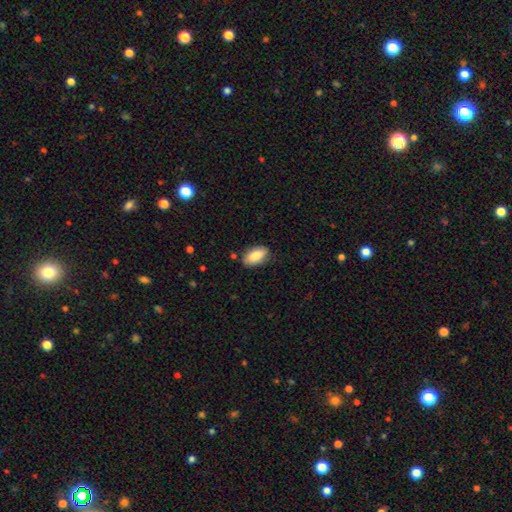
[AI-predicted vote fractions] Overall: smooth (85%). How rounded: in between (93%). Merging: none (78%).